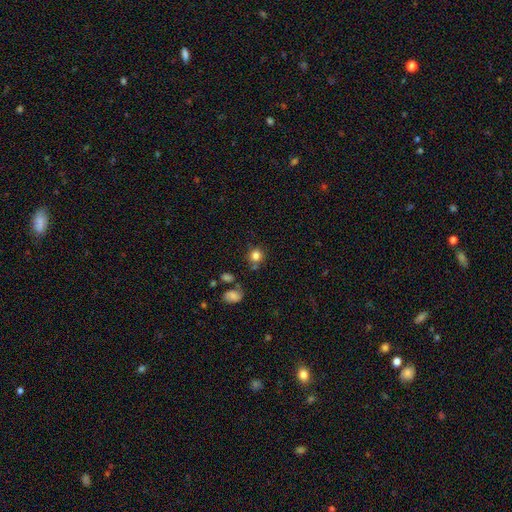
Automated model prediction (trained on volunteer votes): Smooth or featured? smooth (82%)
How rounded? round (86%)
Merging? none (75%)